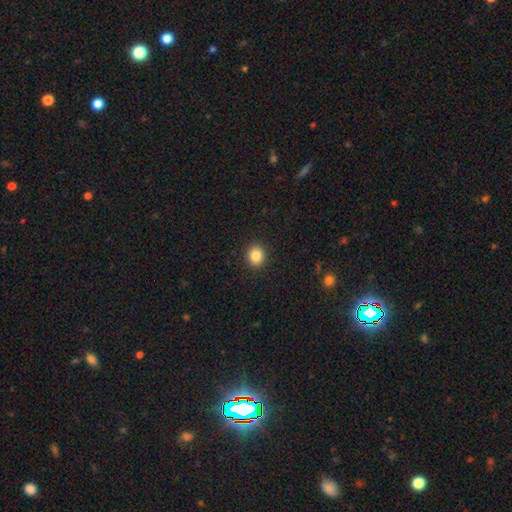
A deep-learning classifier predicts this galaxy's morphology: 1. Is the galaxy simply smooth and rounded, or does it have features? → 84% smooth, 10% star or artifact, 5% featured or disk.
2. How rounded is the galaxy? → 76% round, 23% in between, 1% cigar-shaped.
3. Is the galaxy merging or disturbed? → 92% none, 6% minor disturbance, 2% major disturbance, 1% merger.